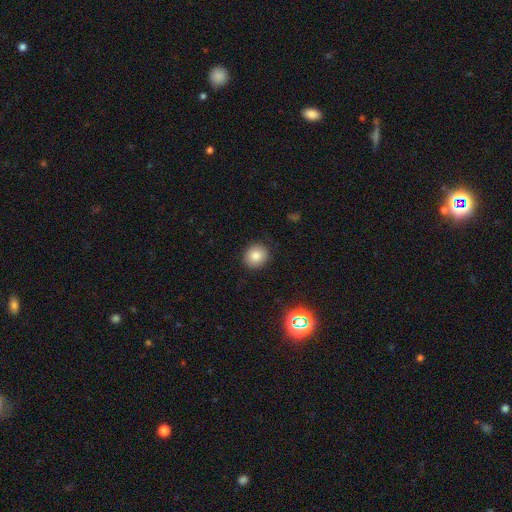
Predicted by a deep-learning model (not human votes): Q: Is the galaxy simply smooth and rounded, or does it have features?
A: smooth — 81%.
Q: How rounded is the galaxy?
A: round — 83%.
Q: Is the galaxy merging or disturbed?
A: none — 90%.